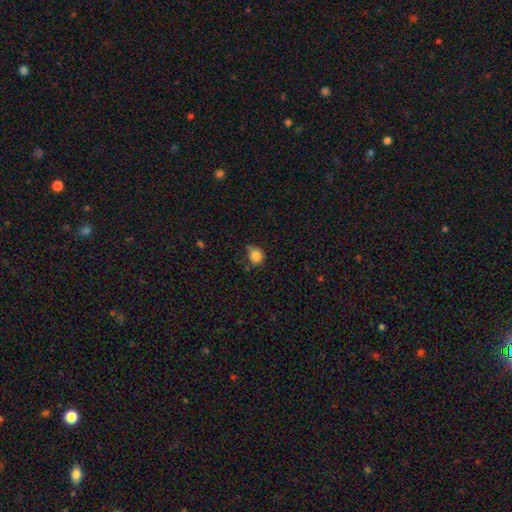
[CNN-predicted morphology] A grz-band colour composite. It shows a smooth galaxy with no disk features (84%) that is round (79%). Merging: none (58%).